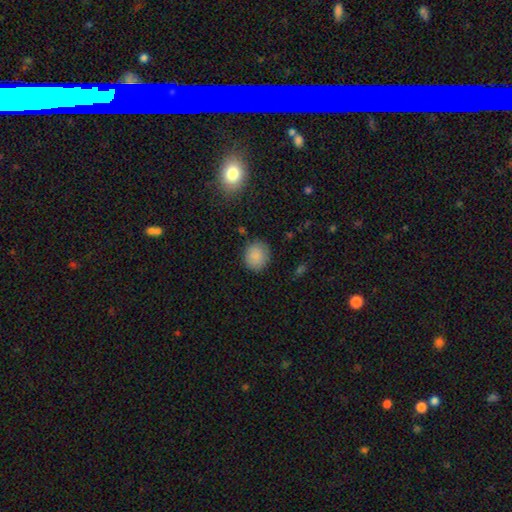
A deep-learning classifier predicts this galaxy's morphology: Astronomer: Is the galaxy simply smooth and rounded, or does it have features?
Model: smooth — 87%.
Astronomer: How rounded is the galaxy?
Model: round — 78%.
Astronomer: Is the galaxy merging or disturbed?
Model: none — 83%.